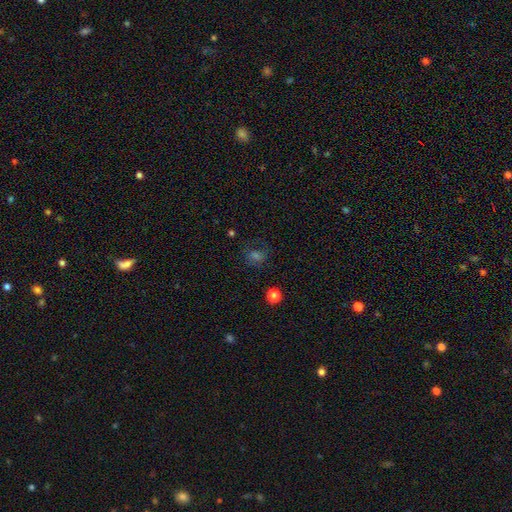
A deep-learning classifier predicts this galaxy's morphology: Q: Smooth or featured?
A: smooth (46%); runner-up: star or artifact (32%)
Q: Merging?
A: none (70%); runner-up: minor disturbance (17%)